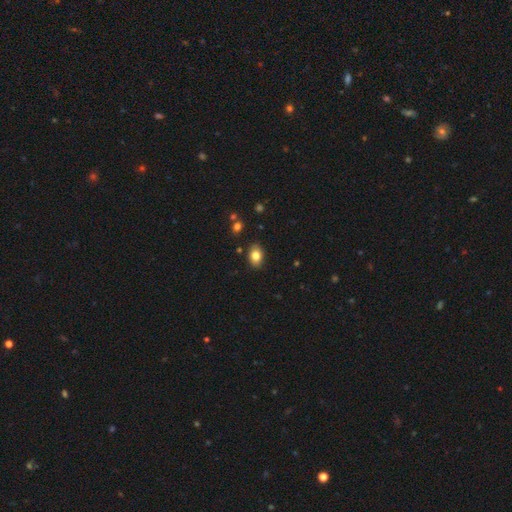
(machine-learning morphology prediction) Overall: smooth (82%). How rounded: in between (79%). Merging: none (86%).